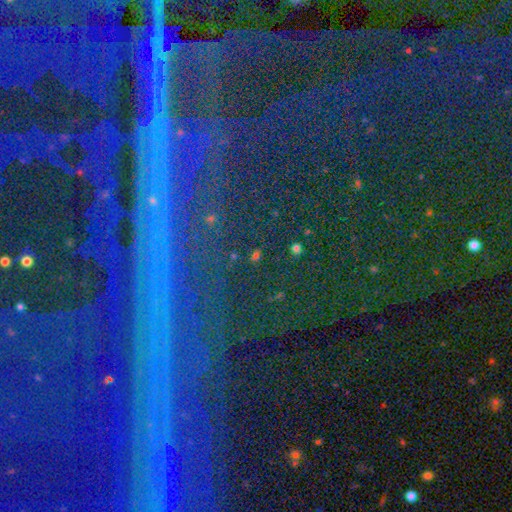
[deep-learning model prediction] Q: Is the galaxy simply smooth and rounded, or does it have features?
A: star or artifact — 67%.